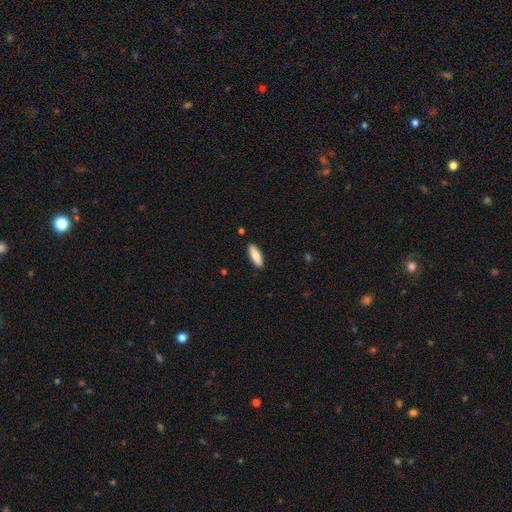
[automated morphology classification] Smooth or featured? Predicted: smooth (p=0.85). How rounded? Predicted: in between (p=0.54). Merging? Predicted: none (p=0.89).